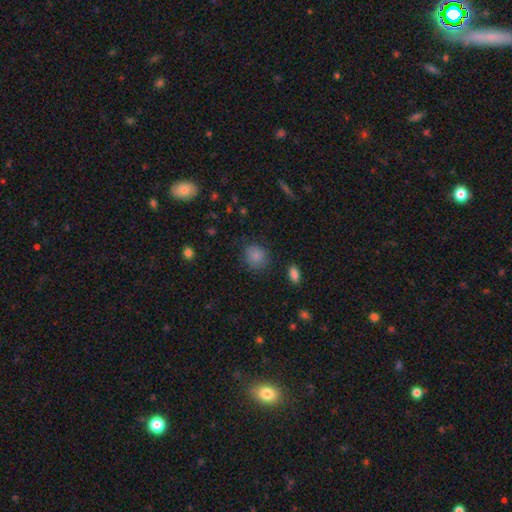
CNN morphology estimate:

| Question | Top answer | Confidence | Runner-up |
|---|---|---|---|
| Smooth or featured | smooth | 85% | star or artifact (11%) |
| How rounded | round | 76% | in between (23%) |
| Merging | none | 80% | minor disturbance (14%) |